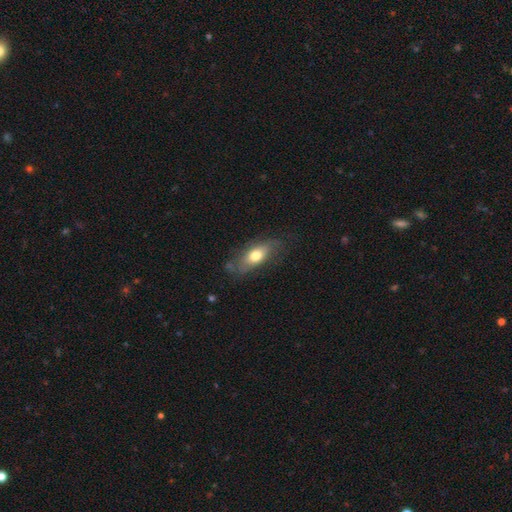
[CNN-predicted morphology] The model was most divided on "smooth or featured": smooth: 62%, featured or disk: 31%, star or artifact: 7%. More confident: how rounded — in between (78%); merging — none (64%).